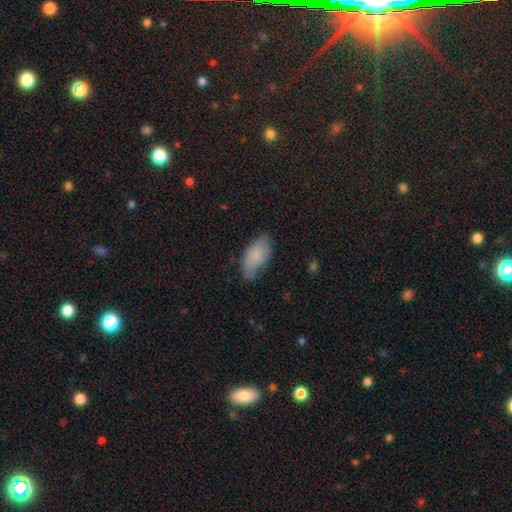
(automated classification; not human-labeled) Q: Smooth or featured?
A: smooth (81%); runner-up: featured or disk (13%)
Q: How rounded?
A: in between (91%); runner-up: cigar-shaped (7%)
Q: Merging?
A: none (64%); runner-up: minor disturbance (28%)